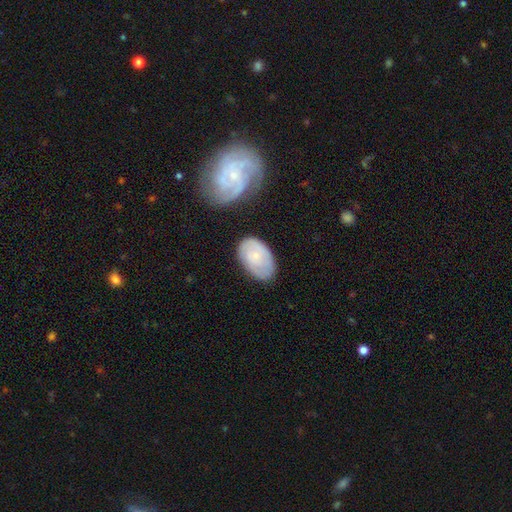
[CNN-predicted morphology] The model was most divided on "smooth or featured": smooth: 52%, featured or disk: 41%, star or artifact: 6%. More confident: how rounded — in between (89%); merging — none (67%).